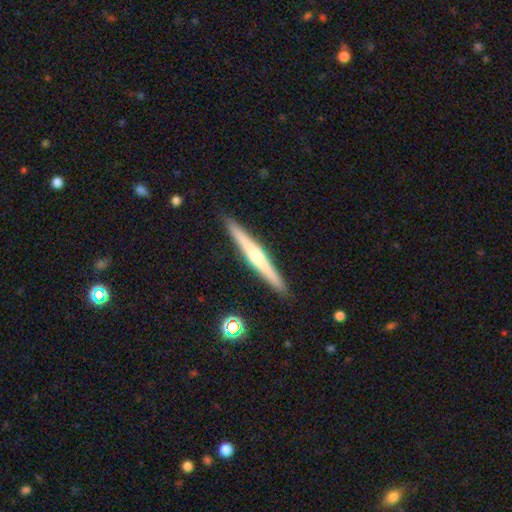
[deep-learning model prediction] Smooth or featured? Predicted: featured or disk (p=0.61). Edge-on disk? Predicted: yes (p=0.98). Edge-on bulge? Predicted: rounded (p=0.65). Merging? Predicted: none (p=0.91).